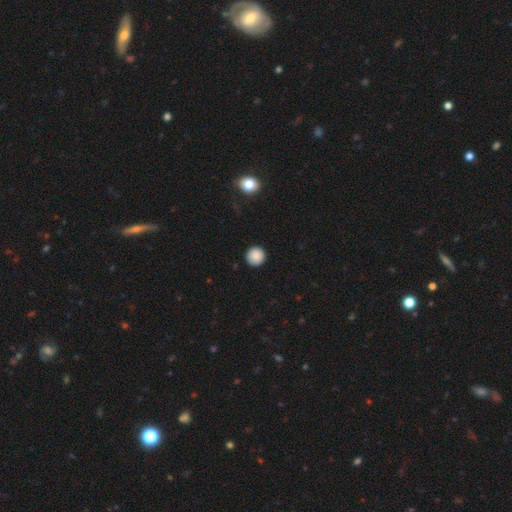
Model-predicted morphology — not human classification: A smooth galaxy with no disk features (88%) that is round (96%).

Vote fractions:
- Smooth or featured? smooth: 88% / star or artifact: 8% / featured or disk: 3%
- How rounded? round: 96% / in between: 3% / cigar-shaped: 1%
- Merging? none: 92% / minor disturbance: 5% / major disturbance: 2% / merger: 1%